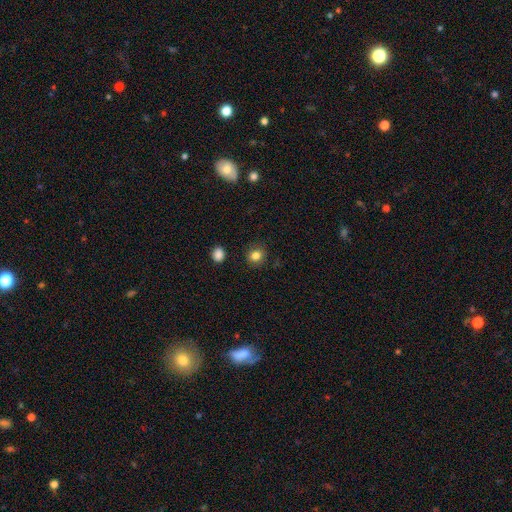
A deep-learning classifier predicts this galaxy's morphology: smooth 83%, star or artifact 11%, featured or disk 6%. Down the decision tree: how rounded — round (81%); merging — none (88%).